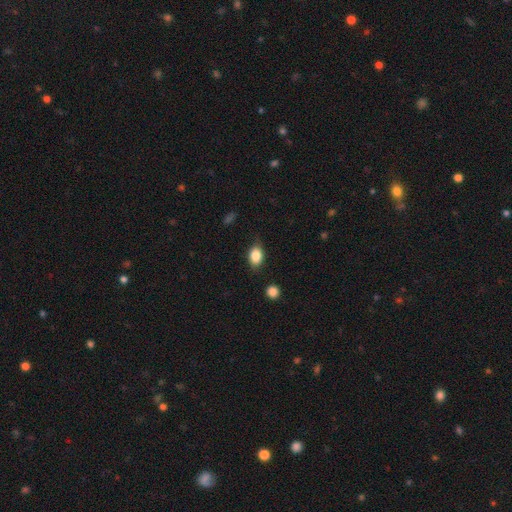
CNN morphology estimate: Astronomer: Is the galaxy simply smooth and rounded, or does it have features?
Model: smooth — 84%.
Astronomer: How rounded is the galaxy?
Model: in between — 79%.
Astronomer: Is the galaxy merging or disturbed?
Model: none — 76%.